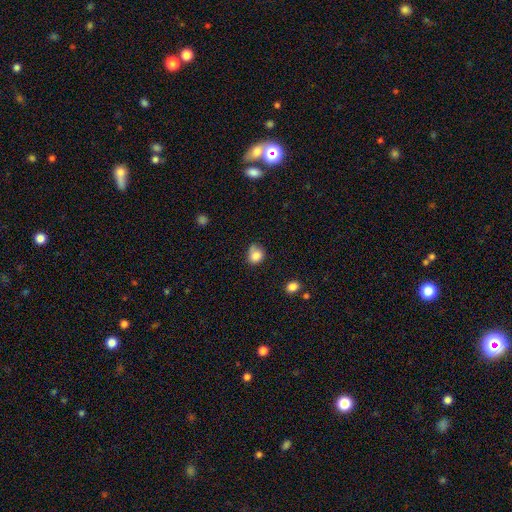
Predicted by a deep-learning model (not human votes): Smooth or featured? smooth (83%)
How rounded? round (70%)
Merging? none (54%)